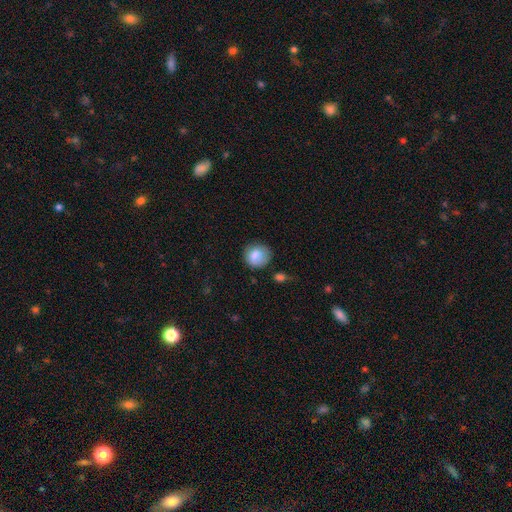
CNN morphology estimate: Smooth or featured?
  - smooth: 83% *
  - featured or disk: 9%
  - star or artifact: 8%
How rounded?
  - round: 83% *
  - in between: 16%
  - cigar-shaped: 1%
Merging?
  - none: 69% *
  - minor disturbance: 22%
  - major disturbance: 6%
  - merger: 3%